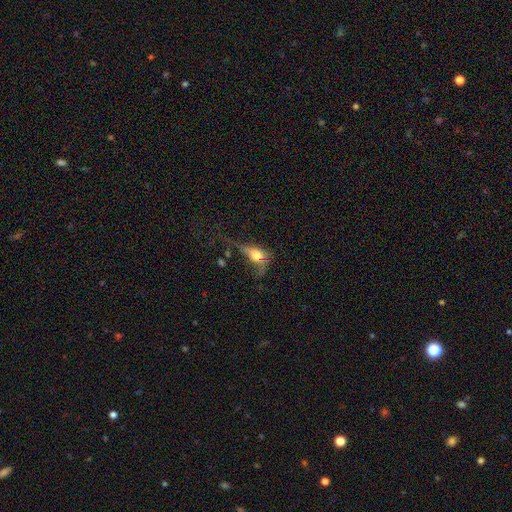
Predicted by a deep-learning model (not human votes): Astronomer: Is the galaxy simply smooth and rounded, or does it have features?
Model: smooth — 60%.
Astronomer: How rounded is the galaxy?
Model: in between — 73%.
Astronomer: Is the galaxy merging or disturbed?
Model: major disturbance — 55%.